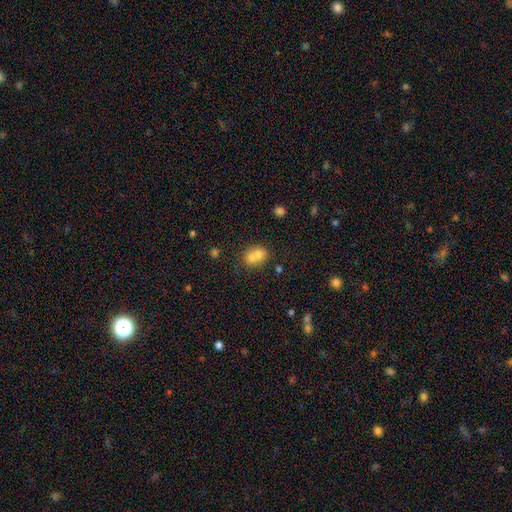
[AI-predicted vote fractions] Smooth or featured? smooth (68%)
How rounded? round (62%)
Merging? merger (64%)